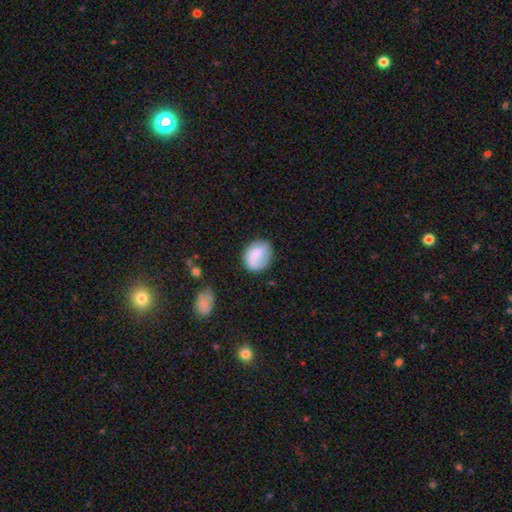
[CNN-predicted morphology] smooth_or_featured: smooth (p=0.67) [alt: featured or disk p=0.26]
how_rounded: round (p=0.52) [alt: in between p=0.47]
merging: none (p=0.67) [alt: minor disturbance p=0.22]